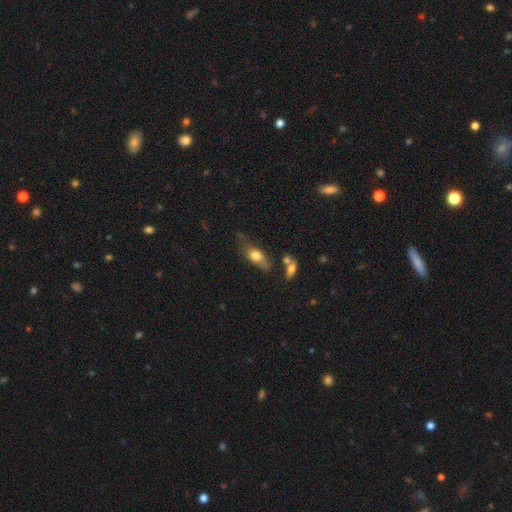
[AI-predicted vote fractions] Q: Smooth or featured?
A: smooth (71%); runner-up: featured or disk (21%)
Q: How rounded?
A: in between (76%); runner-up: cigar-shaped (17%)
Q: Merging?
A: none (55%); runner-up: minor disturbance (26%)